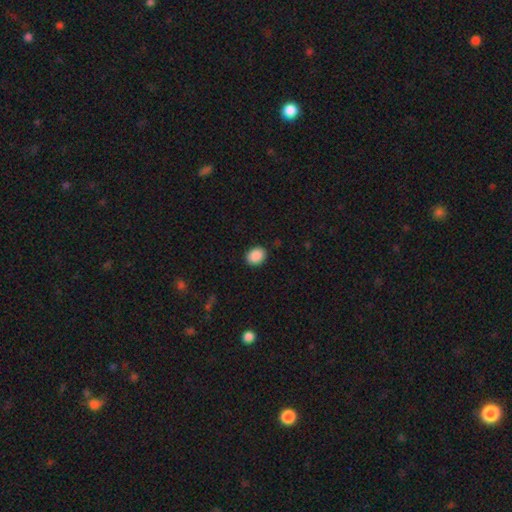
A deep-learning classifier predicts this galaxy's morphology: Smooth or featured?
  - smooth: 89% *
  - star or artifact: 8%
  - featured or disk: 2%
How rounded?
  - in between: 51% *
  - round: 48%
  - cigar-shaped: 1%
Merging?
  - none: 89% *
  - minor disturbance: 8%
  - major disturbance: 2%
  - merger: 1%